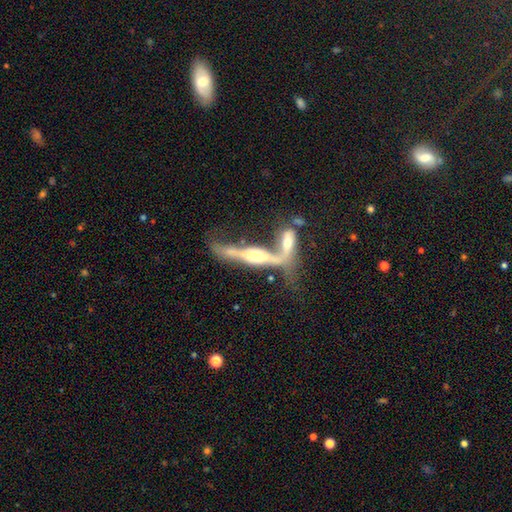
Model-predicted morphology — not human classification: Smooth or featured?
  - featured or disk: 77% *
  - smooth: 16%
  - star or artifact: 7%
Edge-on disk?
  - yes: 83% *
  - no: 17%
Edge-on bulge?
  - rounded: 89% *
  - boxy: 6%
  - none: 5%
Merging?
  - merger: 57% *
  - none: 24%
  - minor disturbance: 10%
  - major disturbance: 9%